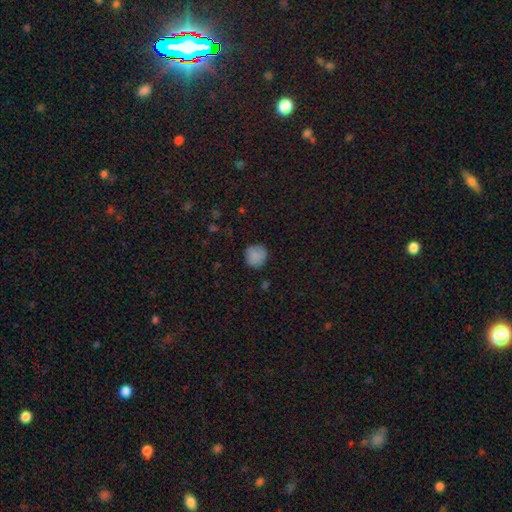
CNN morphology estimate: smooth_or_featured: smooth (p=0.83) [alt: star or artifact p=0.09]
how_rounded: round (p=0.90) [alt: in between p=0.09]
merging: none (p=0.80) [alt: minor disturbance p=0.15]